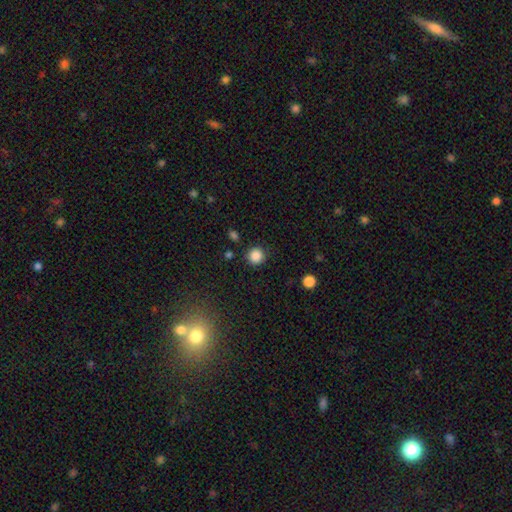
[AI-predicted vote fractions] smooth_or_featured: smooth (p=0.86) [alt: star or artifact p=0.11]
how_rounded: round (p=0.93) [alt: in between p=0.06]
merging: none (p=0.87) [alt: minor disturbance p=0.08]